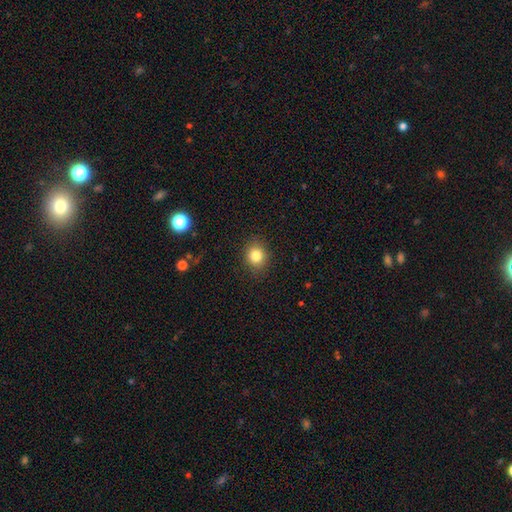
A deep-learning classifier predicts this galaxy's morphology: Smooth or featured: smooth — 82% (star or artifact — 11%)
How rounded: round — 73% (in between — 26%)
Merging: none — 89% (minor disturbance — 8%)